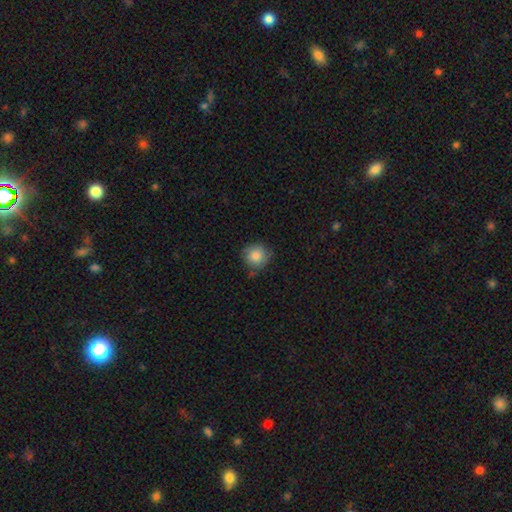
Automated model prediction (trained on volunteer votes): Morphology: type=smooth (84%); roundness=round (92%); merging=none (74%).